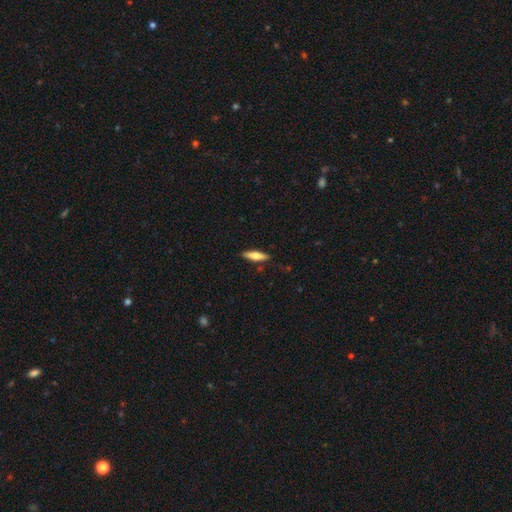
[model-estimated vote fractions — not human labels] This appears to be a smooth galaxy with no disk features (63%) that is cigar-shaped (62%). Merging: none (86%).